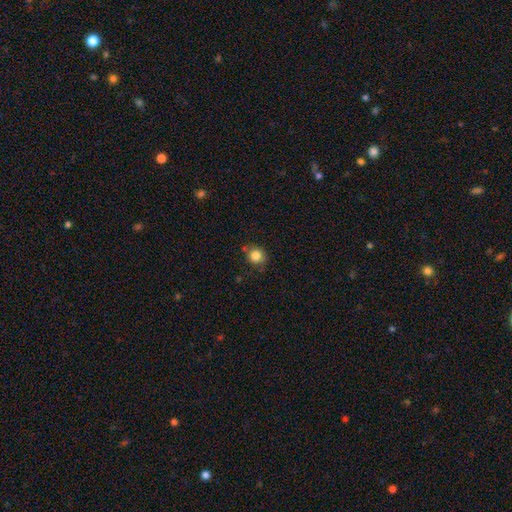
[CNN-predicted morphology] A smooth galaxy with no disk features (83%) that is round (84%).

Vote fractions:
- Smooth or featured? smooth: 83% / star or artifact: 11% / featured or disk: 6%
- How rounded? round: 84% / in between: 15% / cigar-shaped: 1%
- Merging? none: 75% / minor disturbance: 16% / merger: 5% / major disturbance: 4%